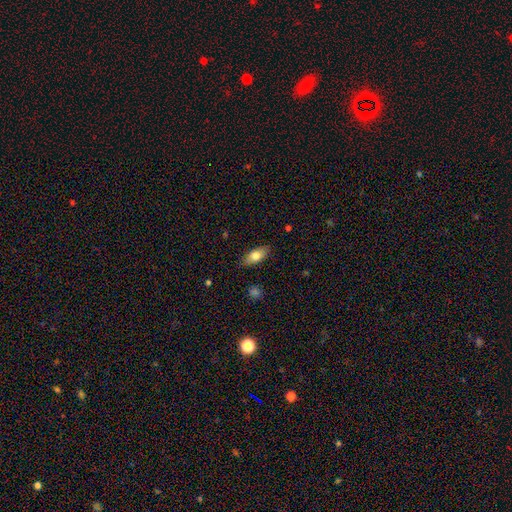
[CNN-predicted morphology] Smooth or featured? Predicted: smooth (p=0.74). How rounded? Predicted: in between (p=0.84). Merging? Predicted: none (p=0.86).